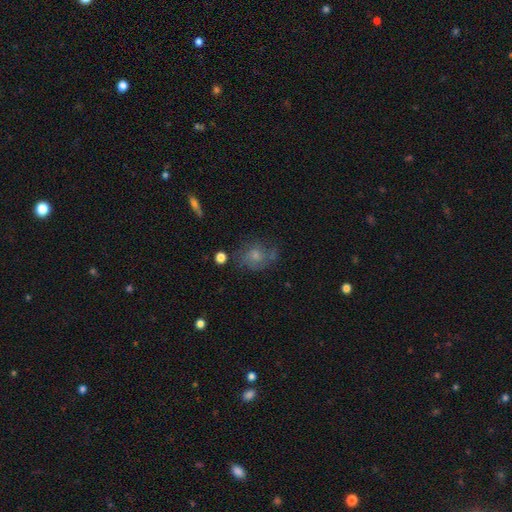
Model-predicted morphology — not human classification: smooth_or_featured: featured or disk (p=0.47) [alt: smooth p=0.38]
merging: none (p=0.59) [alt: minor disturbance p=0.23]